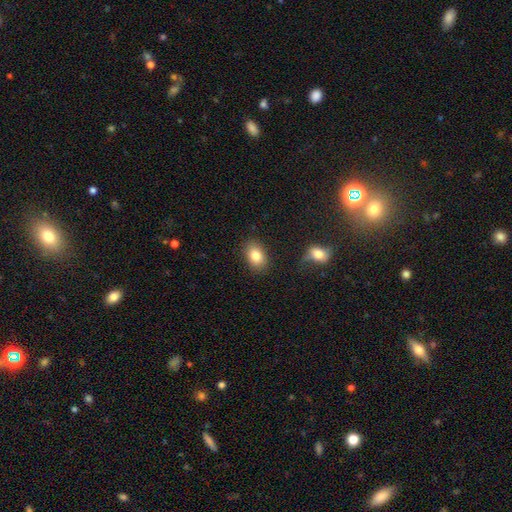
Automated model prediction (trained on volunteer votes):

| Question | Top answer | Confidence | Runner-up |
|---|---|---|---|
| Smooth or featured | smooth | 83% | featured or disk (9%) |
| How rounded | in between | 79% | round (20%) |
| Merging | none | 84% | minor disturbance (11%) |